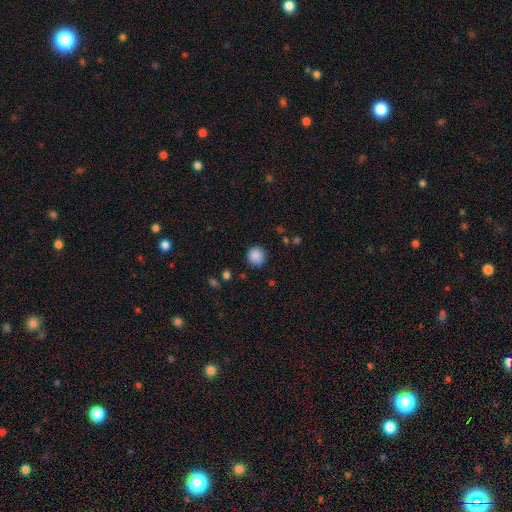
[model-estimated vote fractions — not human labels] smooth_or_featured: smooth (p=0.88) [alt: star or artifact p=0.09]
how_rounded: round (p=0.90) [alt: in between p=0.09]
merging: none (p=0.87) [alt: minor disturbance p=0.09]